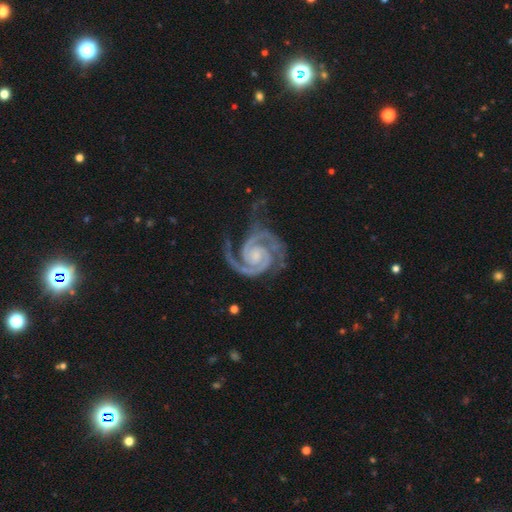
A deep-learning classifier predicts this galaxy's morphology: The model was most divided on "bulge size": small: 51%, moderate: 24%, none: 20%, large: 4%, dominant: 1%. More confident: spiral arms — yes (99%); edge-on disk — no (98%); smooth or featured — featured or disk (94%); spiral arm count — 2 (89%); merging — none (66%); bar — no (64%); spiral winding — tight (62%).